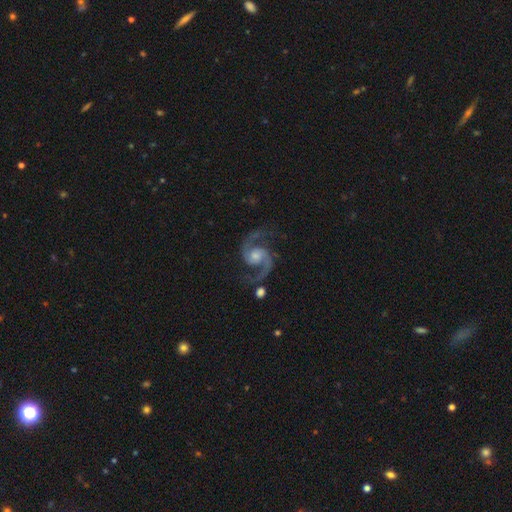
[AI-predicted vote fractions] This appears to be a featured or disk galaxy (94%) with no bar (59%), 2 (95%) medium (63%) spiral arms (99%) and a moderate central bulge (45%). Merging: none (78%).